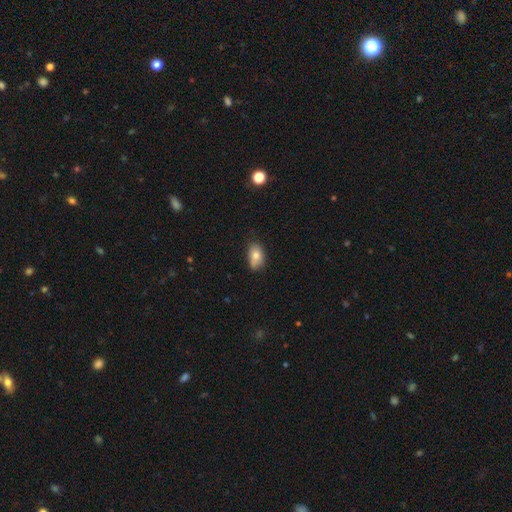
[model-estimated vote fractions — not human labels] A smooth galaxy with no disk features (78%) that is in between round and cigar-shaped (89%).

Vote fractions:
- Smooth or featured? smooth: 78% / featured or disk: 14% / star or artifact: 8%
- How rounded? in between: 89% / round: 9% / cigar-shaped: 2%
- Merging? none: 66% / minor disturbance: 28% / major disturbance: 4% / merger: 2%